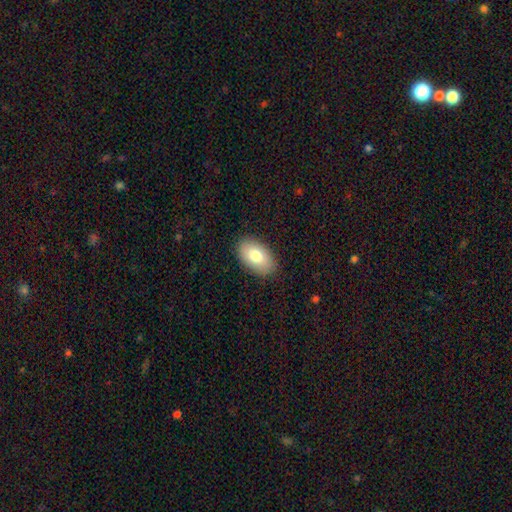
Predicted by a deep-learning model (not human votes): This appears to be a smooth galaxy with no disk features (78%) that is in between round and cigar-shaped (93%). Merging: none (87%).